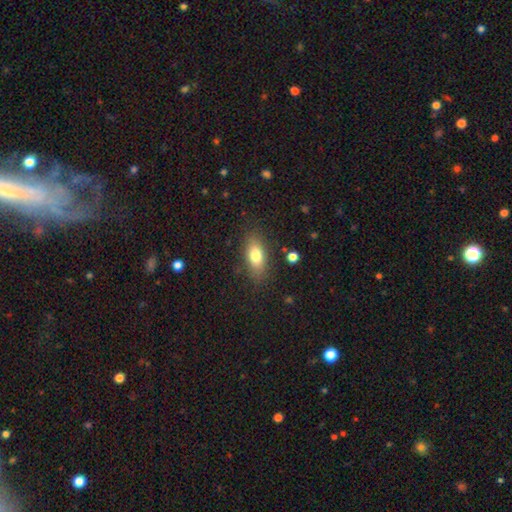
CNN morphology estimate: type=smooth (76%); roundness=in between (82%); merging=none (83%).